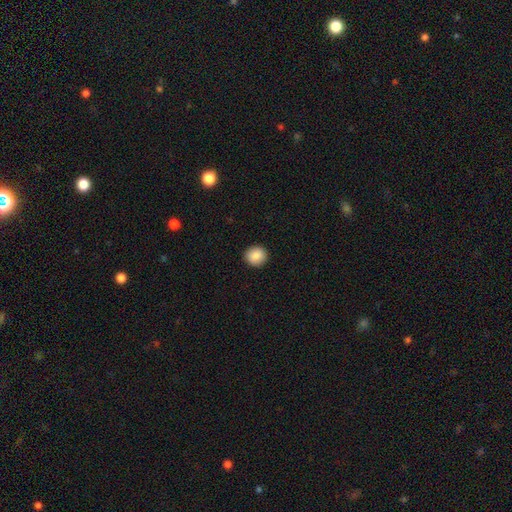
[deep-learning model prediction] Smooth or featured?
  - smooth: 89% *
  - star or artifact: 8%
  - featured or disk: 3%
How rounded?
  - round: 90% *
  - in between: 9%
  - cigar-shaped: 1%
Merging?
  - none: 93% *
  - minor disturbance: 5%
  - major disturbance: 2%
  - merger: 1%